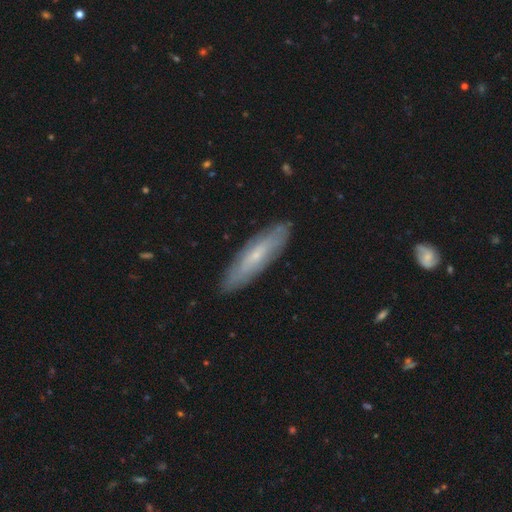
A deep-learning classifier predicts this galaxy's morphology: Q: Smooth or featured?
A: featured or disk (51%); runner-up: smooth (42%)
Q: Edge-on disk?
A: no (51%); runner-up: yes (49%)
Q: Merging?
A: none (86%); runner-up: minor disturbance (11%)